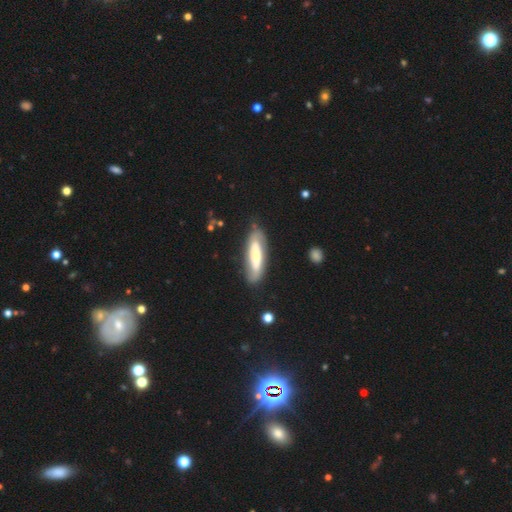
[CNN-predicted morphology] A smooth galaxy with no disk features (52%) that is cigar-shaped (58%). Merging: none (77%).